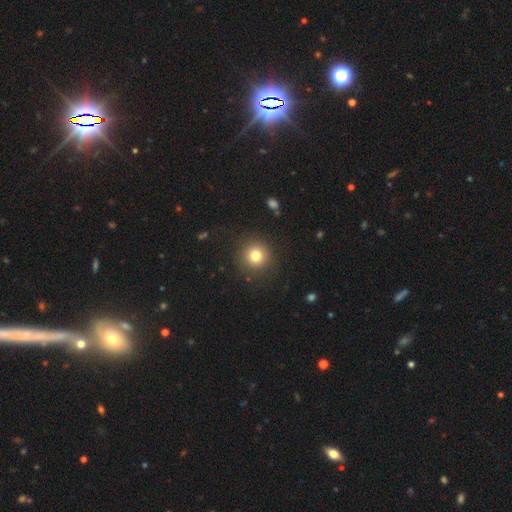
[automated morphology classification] A smooth galaxy with no disk features (79%) that is round (94%).

Vote fractions:
- Smooth or featured? smooth: 79% / star or artifact: 13% / featured or disk: 9%
- How rounded? round: 94% / in between: 5% / cigar-shaped: 1%
- Merging? none: 89% / minor disturbance: 6% / major disturbance: 3% / merger: 1%